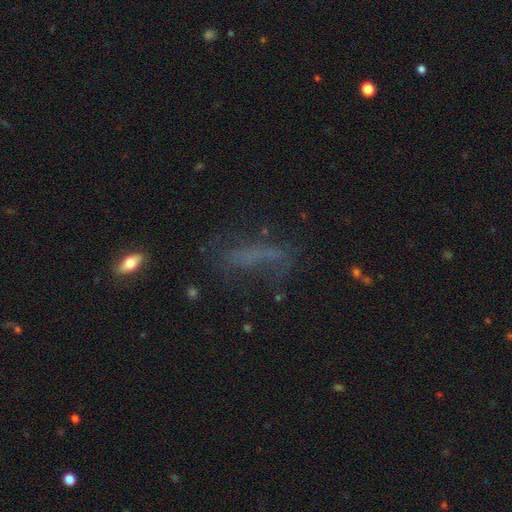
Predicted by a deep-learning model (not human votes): smooth_or_featured: smooth (p=0.40) [alt: featured or disk p=0.36]
merging: none (p=0.50) [alt: major disturbance p=0.23]